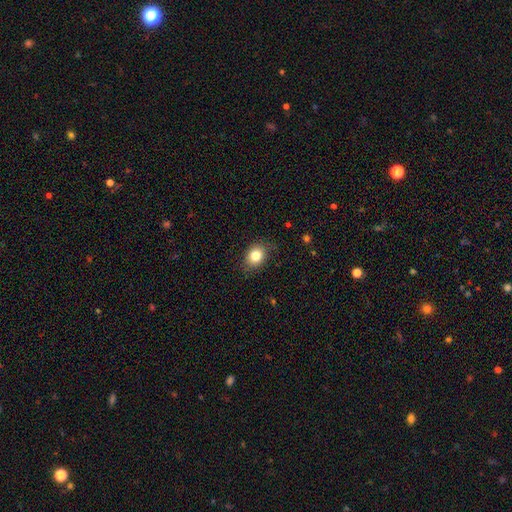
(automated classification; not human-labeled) Smooth or featured?
  - smooth: 82% *
  - star or artifact: 10%
  - featured or disk: 8%
How rounded?
  - in between: 59% *
  - round: 40%
  - cigar-shaped: 1%
Merging?
  - none: 81% *
  - minor disturbance: 14%
  - major disturbance: 3%
  - merger: 1%